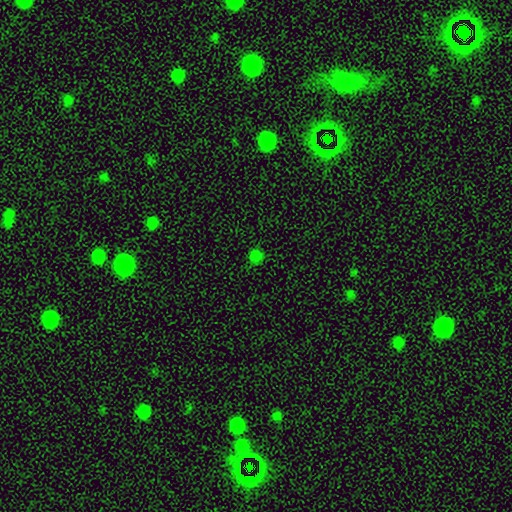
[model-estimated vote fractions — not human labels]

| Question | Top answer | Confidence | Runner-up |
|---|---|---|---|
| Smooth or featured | smooth | 66% | star or artifact (30%) |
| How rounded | round | 88% | in between (11%) |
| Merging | none | 84% | minor disturbance (10%) |